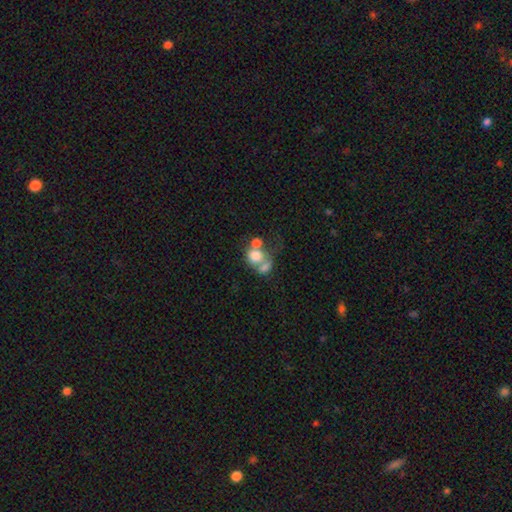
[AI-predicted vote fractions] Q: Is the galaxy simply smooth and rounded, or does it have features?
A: smooth — 68%.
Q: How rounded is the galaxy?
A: round — 67%.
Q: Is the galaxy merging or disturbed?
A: merger — 57%.